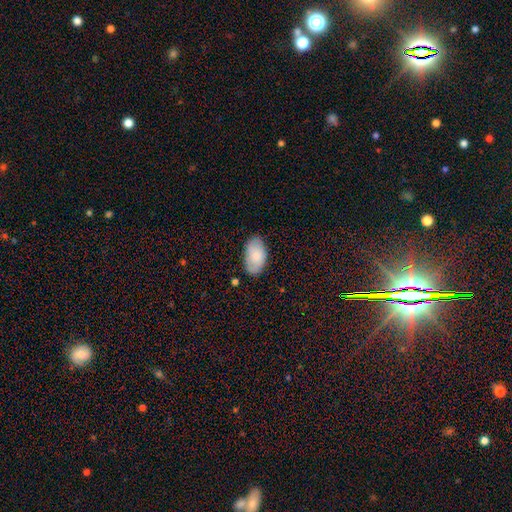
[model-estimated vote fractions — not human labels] Smooth or featured: smooth — 78% (featured or disk — 16%)
How rounded: in between — 95% (round — 4%)
Merging: none — 83% (minor disturbance — 13%)